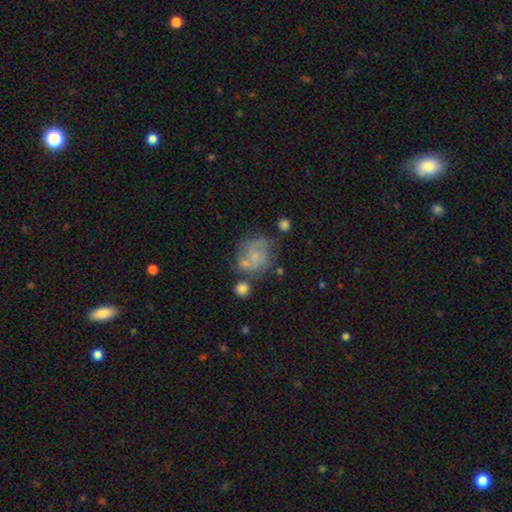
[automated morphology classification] Smooth or featured? featured or disk (61%)
Edge-on disk? no (98%)
Bar? no (70%)
Spiral arms? yes (81%)
Bulge size? small (54%)
Merging? none (48%)